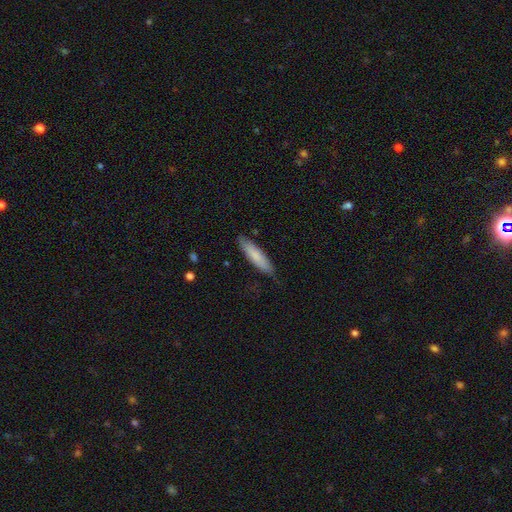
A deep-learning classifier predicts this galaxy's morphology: Smooth or featured? smooth (80%)
How rounded? cigar-shaped (75%)
Merging? none (81%)